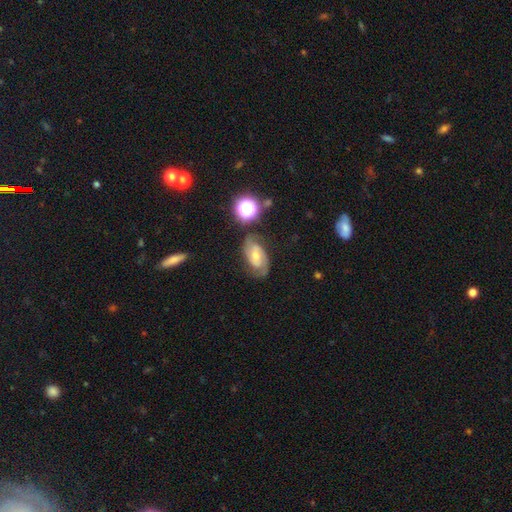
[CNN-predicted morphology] This is likely a featured or disk galaxy (72%). It is clearly not viewed edge-on (96%). Bar: possibly no (48%). Spiral arm pattern: clearly yes (92%). Spiral arm count: clearly 2 (83%). Spiral winding: possibly medium (46%). Central bulge: possibly moderate (59%). Merging: likely none (71%).